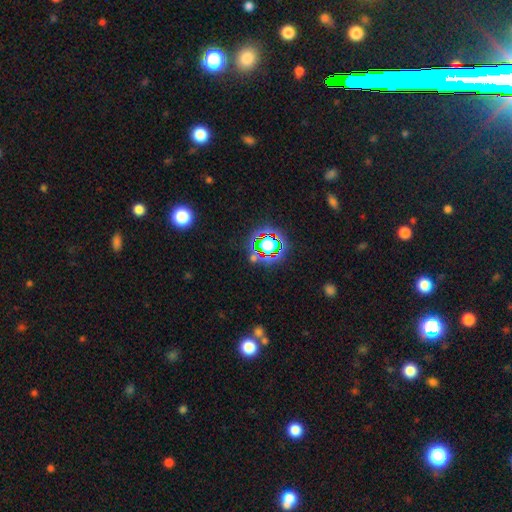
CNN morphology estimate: Overall: star or artifact (69%).